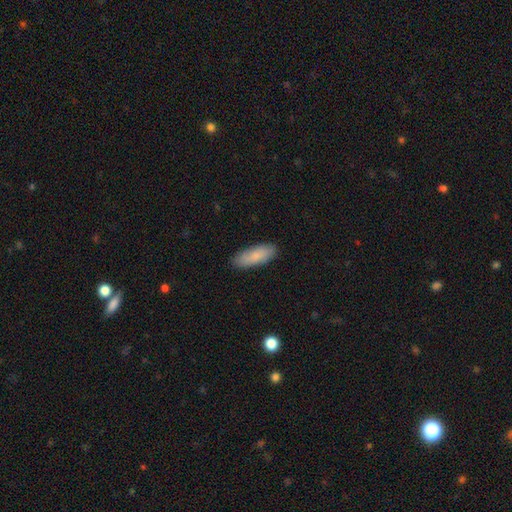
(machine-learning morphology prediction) Smooth or featured? smooth (83%)
How rounded? in between (67%)
Merging? none (87%)